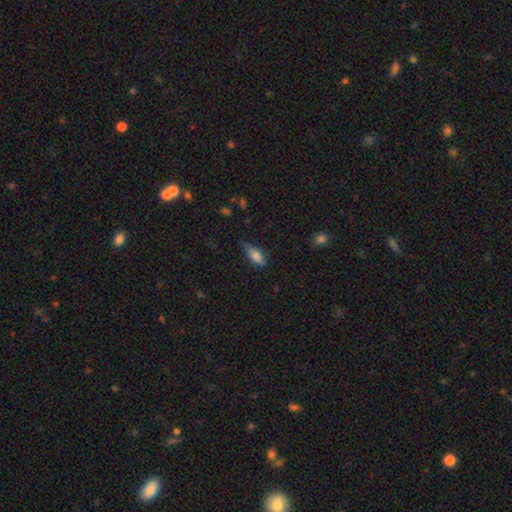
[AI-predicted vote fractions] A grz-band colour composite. It shows a smooth galaxy with no disk features (72%) that is in between round and cigar-shaped (69%). Merging: none (59%).